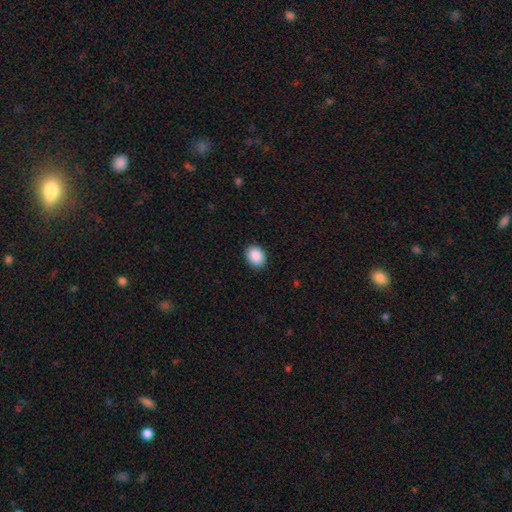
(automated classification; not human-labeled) Smooth or featured: smooth — 90% (star or artifact — 7%)
How rounded: in between — 54% (round — 45%)
Merging: none — 90% (minor disturbance — 7%)